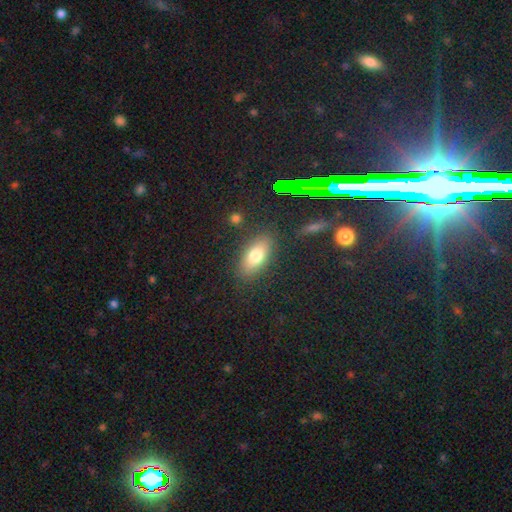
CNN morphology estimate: This is likely a smooth galaxy (75%). How rounded: clearly in between (85%). Merging: clearly none (84%).